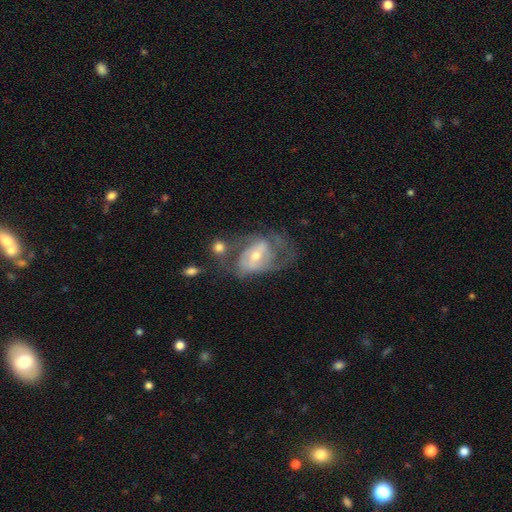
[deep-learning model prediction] smooth_or_featured: featured or disk (p=0.74) [alt: smooth p=0.19]
disk_edge_on: no (p=0.95) [alt: yes p=0.05]
bar: weak (p=0.41) [alt: no p=0.33]
has_spiral_arms: yes (p=0.75) [alt: no p=0.25]
spiral_winding: medium (p=0.44) [alt: tight p=0.30]
spiral_arm_count: 2 (p=0.54) [alt: can't tell p=0.29]
bulge_size: moderate (p=0.53) [alt: small p=0.42]
merging: none (p=0.36) [alt: major disturbance p=0.30]